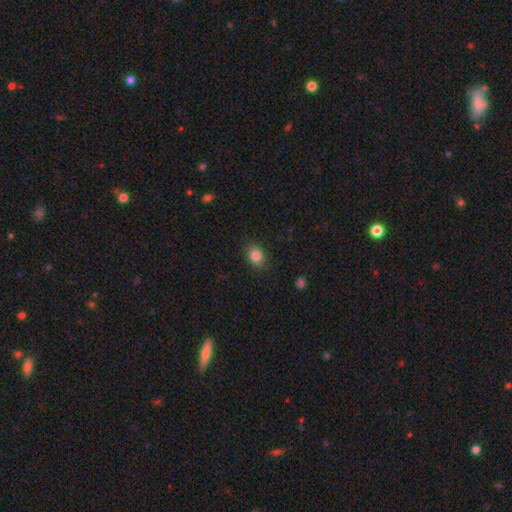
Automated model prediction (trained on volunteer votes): Overall: smooth (84%). How rounded: in between (61%; round 37%). Merging: none (87%).